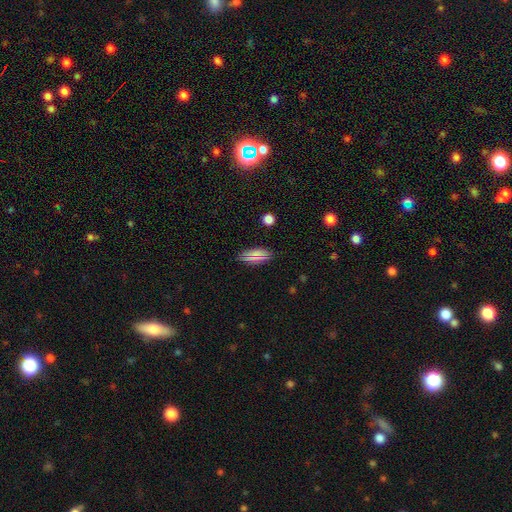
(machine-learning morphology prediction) A smooth galaxy with no disk features (73%) that is in between round and cigar-shaped (80%). Merging: none (83%).